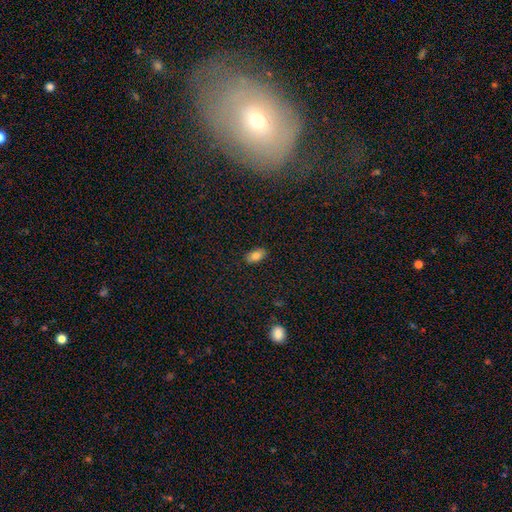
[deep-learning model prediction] smooth 82%, featured or disk 9%, star or artifact 9%. Down the decision tree: how rounded — in between (92%); merging — none (87%).